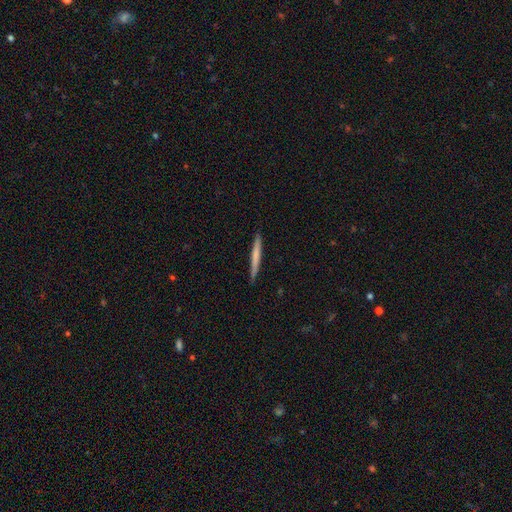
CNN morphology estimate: smooth-or-featured: smooth: 62% | featured or disk: 33% | star or artifact: 5%
  how-rounded: cigar-shaped: 97% | in between: 2% | round: 1%
  merging: none: 90% | minor disturbance: 7% | major disturbance: 1% | merger: 1%